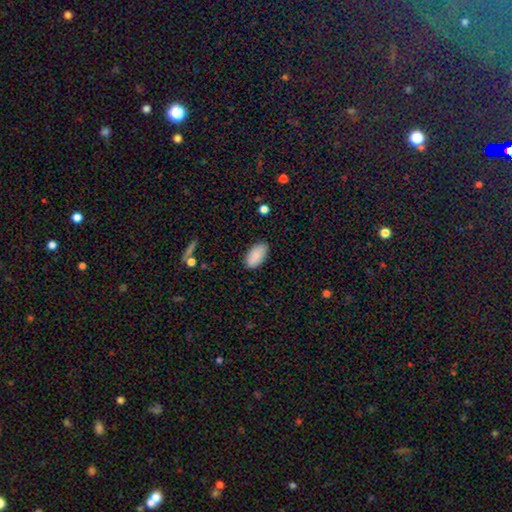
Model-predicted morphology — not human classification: This appears to be a smooth galaxy with no disk features (88%) that is in between round and cigar-shaped (95%). Merging: none (86%).